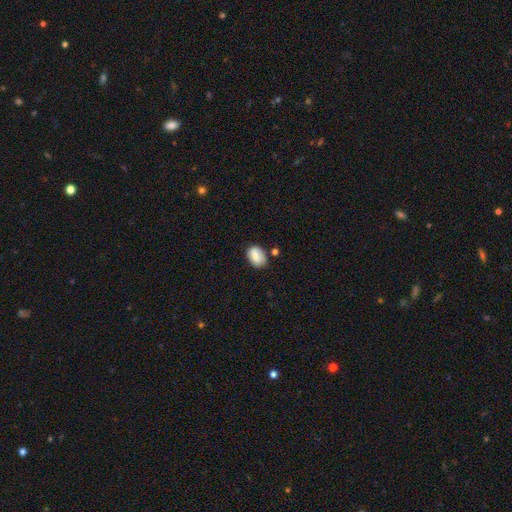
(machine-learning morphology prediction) smooth_or_featured: smooth (p=0.85) [alt: star or artifact p=0.08]
how_rounded: in between (p=0.79) [alt: round p=0.20]
merging: none (p=0.70) [alt: minor disturbance p=0.19]